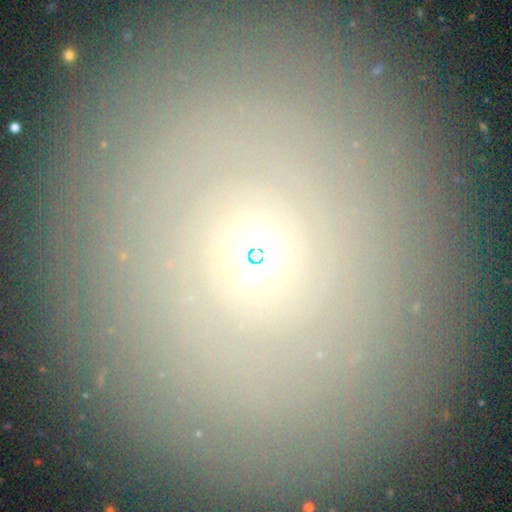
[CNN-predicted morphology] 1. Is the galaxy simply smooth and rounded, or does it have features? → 62% smooth, 22% featured or disk, 16% star or artifact.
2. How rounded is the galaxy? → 77% round, 22% in between, 1% cigar-shaped.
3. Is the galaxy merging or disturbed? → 90% none, 6% minor disturbance, 3% major disturbance, 1% merger.